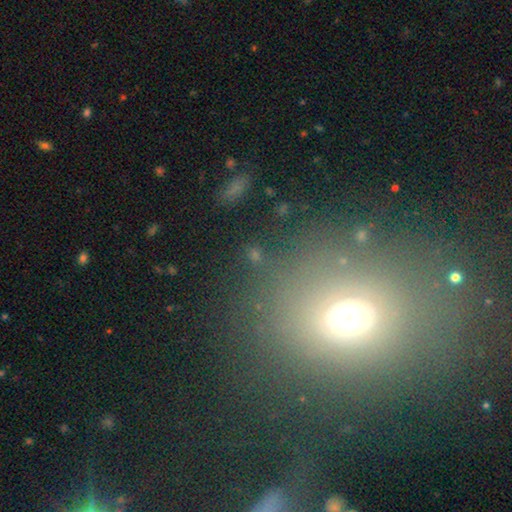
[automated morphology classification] Smooth or featured? smooth (50%)
Merging? none (77%)